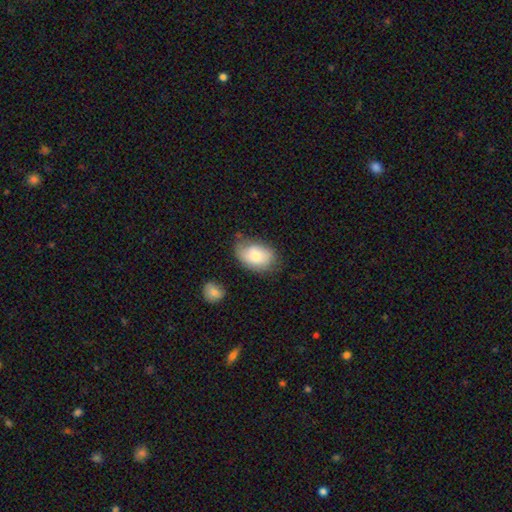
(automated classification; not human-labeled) smooth-or-featured: smooth: 77% | featured or disk: 16% | star or artifact: 7%
  how-rounded: in between: 86% | round: 13% | cigar-shaped: 1%
  merging: none: 55% | minor disturbance: 31% | major disturbance: 10% | merger: 4%